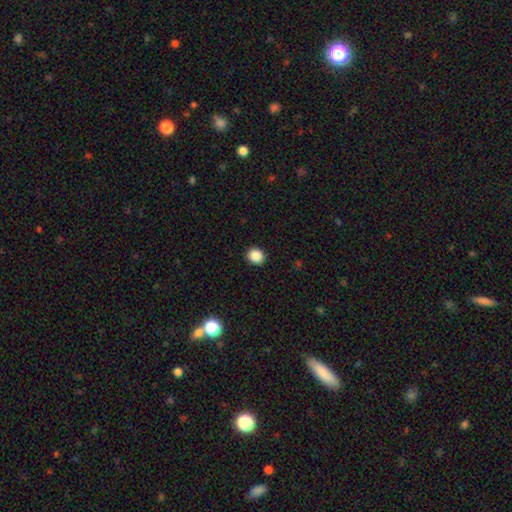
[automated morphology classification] smooth 87%, star or artifact 10%, featured or disk 3%. Down the decision tree: how rounded — round (81%); merging — none (92%).